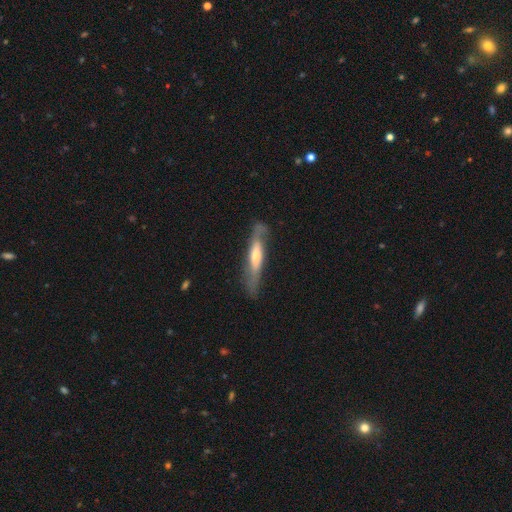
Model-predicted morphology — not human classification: The model was most divided on "smooth or featured": featured or disk: 62%, smooth: 32%, star or artifact: 5%. More confident: edge-on disk — yes (71%); merging — none (70%).